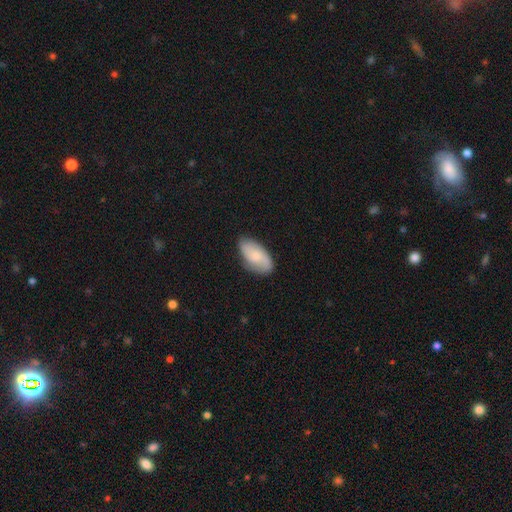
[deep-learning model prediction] Smooth or featured? Predicted: smooth (p=0.52). How rounded? Predicted: in between (p=0.93). Merging? Predicted: none (p=0.72).